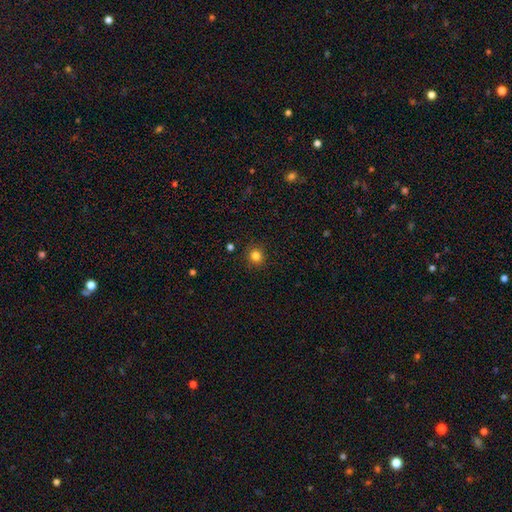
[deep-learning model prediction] Smooth or featured? Predicted: smooth (p=0.82). How rounded? Predicted: round (p=0.91). Merging? Predicted: none (p=0.90).